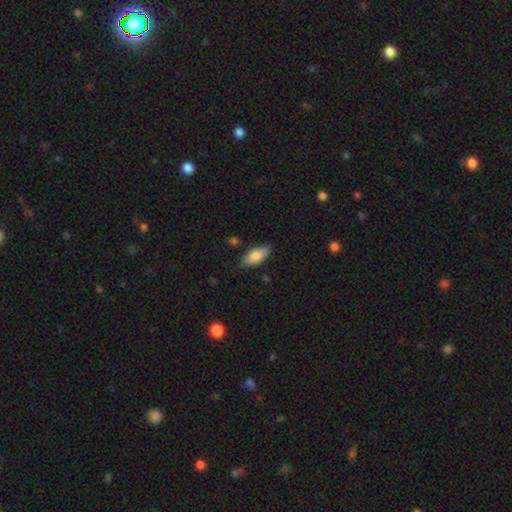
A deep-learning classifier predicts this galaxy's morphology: Overall: smooth (80%). How rounded: in between (82%). Merging: none (80%).